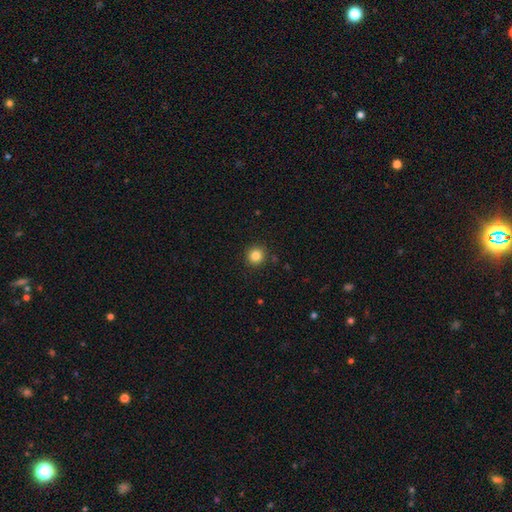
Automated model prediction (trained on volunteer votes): This appears to be a smooth galaxy with no disk features (84%) that is round (94%). Merging: none (91%).